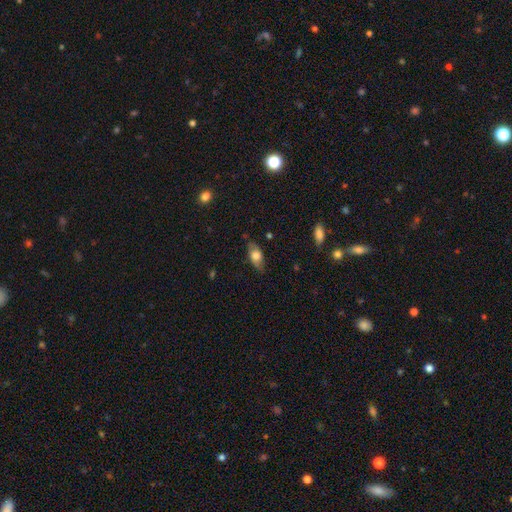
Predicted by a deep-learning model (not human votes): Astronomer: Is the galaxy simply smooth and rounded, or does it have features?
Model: smooth — 62%.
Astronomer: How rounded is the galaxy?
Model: in between — 82%.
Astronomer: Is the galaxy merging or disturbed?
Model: none — 74%.